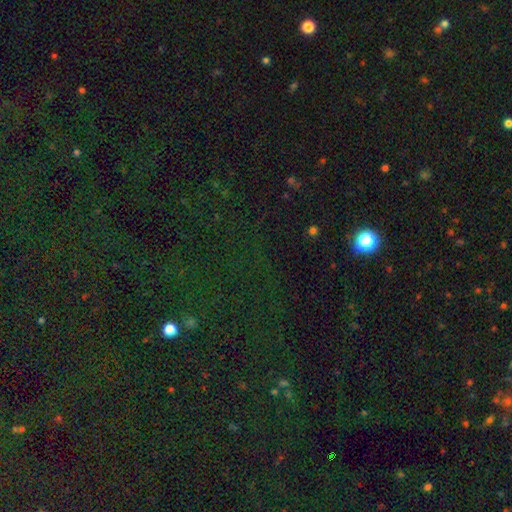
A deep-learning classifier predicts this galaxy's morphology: The model was most divided on "smooth or featured": star or artifact: 77%, smooth: 16%, featured or disk: 7%.